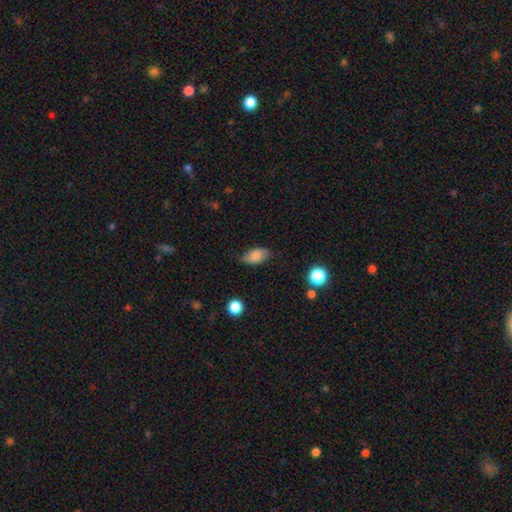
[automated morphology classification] Smooth or featured: smooth — 79% (featured or disk — 13%)
How rounded: in between — 91% (round — 5%)
Merging: none — 73% (minor disturbance — 21%)